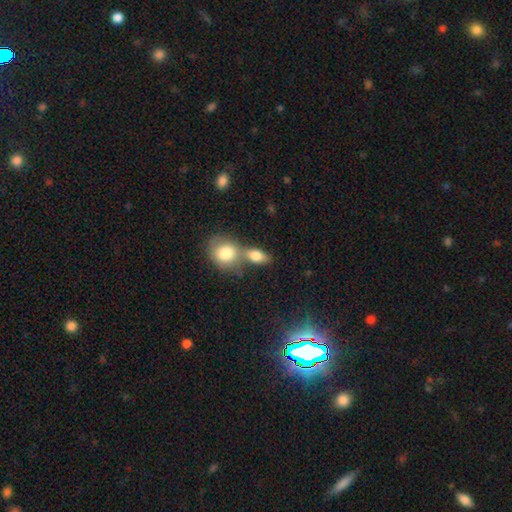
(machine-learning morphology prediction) The model was most divided on "merging": merger: 55%, none: 32%, minor disturbance: 9%, major disturbance: 4%. More confident: smooth or featured — smooth (79%); how rounded — in between (76%).